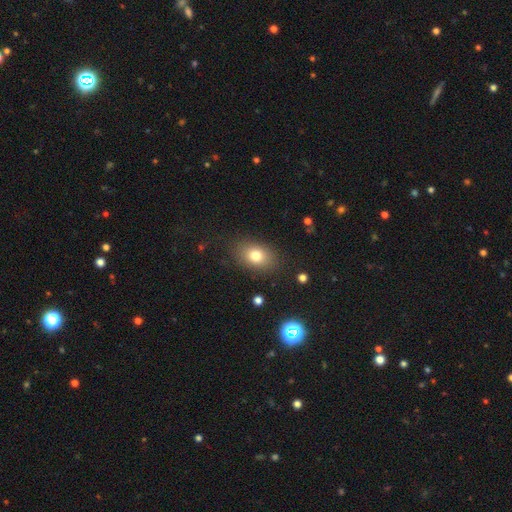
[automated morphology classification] type=smooth (78%); roundness=in between (78%); merging=none (84%).